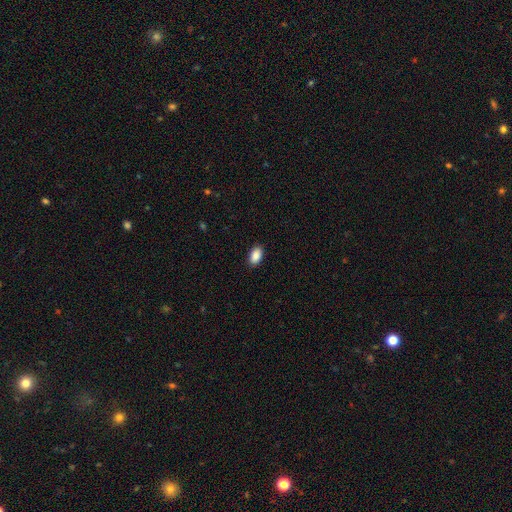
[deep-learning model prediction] A smooth galaxy with no disk features (89%) that is in between round and cigar-shaped (92%).

Vote fractions:
- Smooth or featured? smooth: 89% / star or artifact: 7% / featured or disk: 3%
- How rounded? in between: 92% / round: 6% / cigar-shaped: 2%
- Merging? none: 89% / minor disturbance: 8% / major disturbance: 2% / merger: 1%